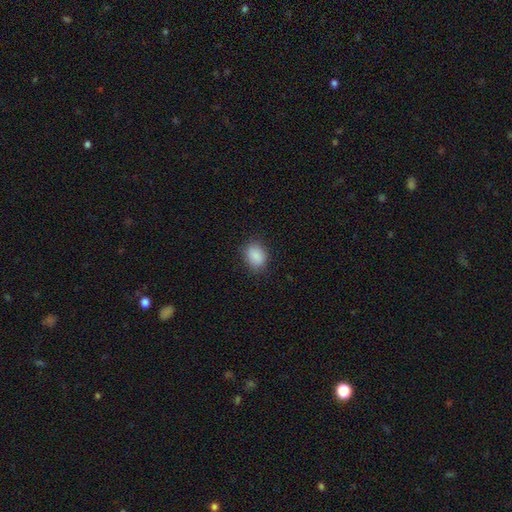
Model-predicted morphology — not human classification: This is clearly a smooth galaxy (88%). How rounded: likely in between (69%). Merging: clearly none (83%).